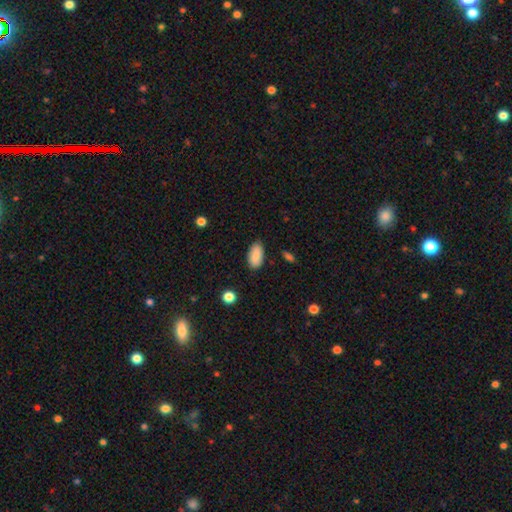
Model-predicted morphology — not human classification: smooth-or-featured: smooth: 88% | star or artifact: 7% | featured or disk: 5%
  how-rounded: in between: 93% | cigar-shaped: 4% | round: 2%
  merging: none: 85% | minor disturbance: 11% | major disturbance: 2% | merger: 2%